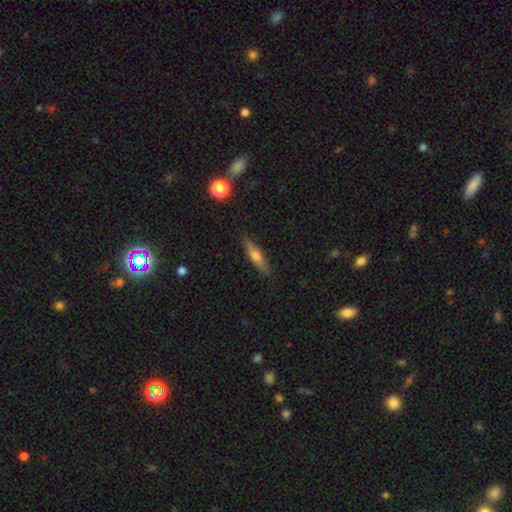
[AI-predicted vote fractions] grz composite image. It shows a smooth galaxy with no disk features (53%) that is cigar-shaped (77%). Merging: none (87%).